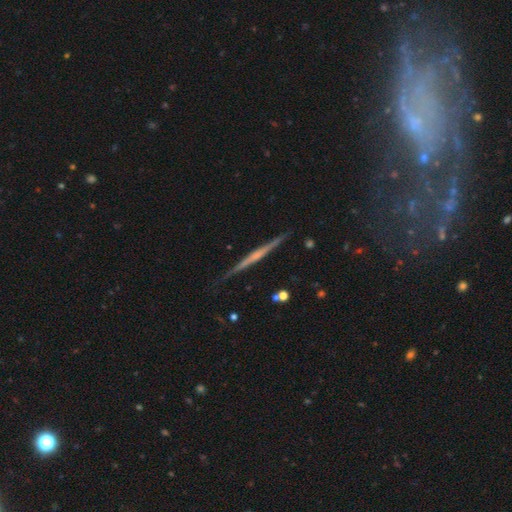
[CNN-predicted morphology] Smooth or featured: featured or disk — 74% (smooth — 20%)
Edge-on disk: yes — 98% (no — 2%)
Edge-on bulge: none — 54% (rounded — 34%)
Merging: none — 89% (minor disturbance — 8%)